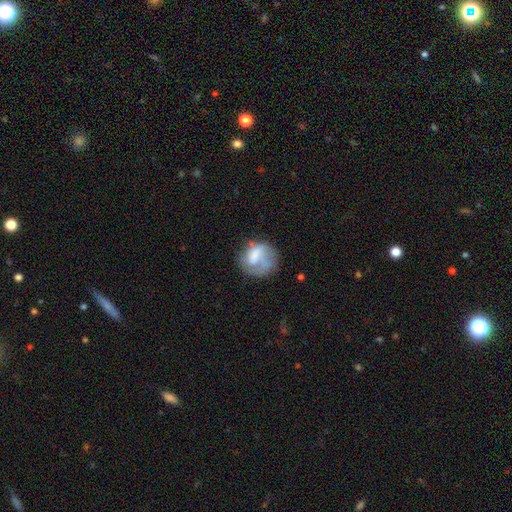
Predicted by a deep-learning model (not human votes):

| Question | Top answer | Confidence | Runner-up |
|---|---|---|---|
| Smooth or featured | smooth | 56% | featured or disk (37%) |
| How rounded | round | 70% | in between (28%) |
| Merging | none | 45% | major disturbance (25%) |